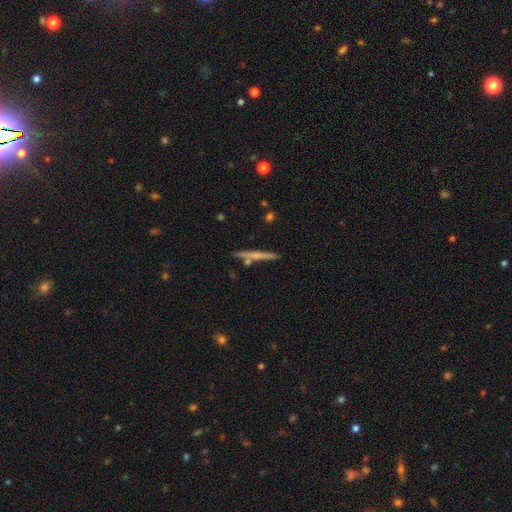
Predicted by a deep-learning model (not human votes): Q: Smooth or featured?
A: featured or disk (49%); runner-up: smooth (44%)
Q: Merging?
A: none (81%); runner-up: minor disturbance (10%)